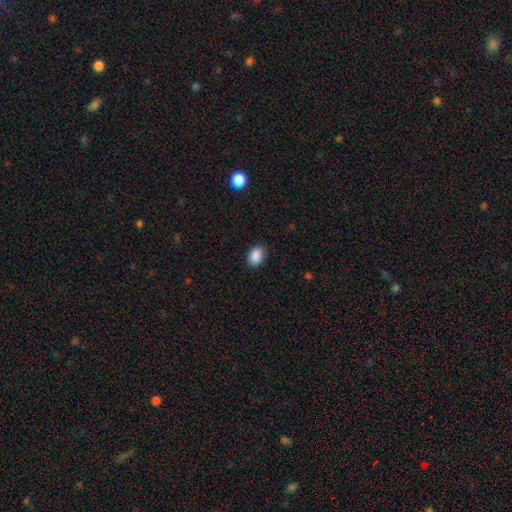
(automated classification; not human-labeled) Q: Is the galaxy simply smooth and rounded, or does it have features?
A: smooth — 89%.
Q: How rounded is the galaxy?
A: in between — 79%.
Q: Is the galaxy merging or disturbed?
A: none — 87%.